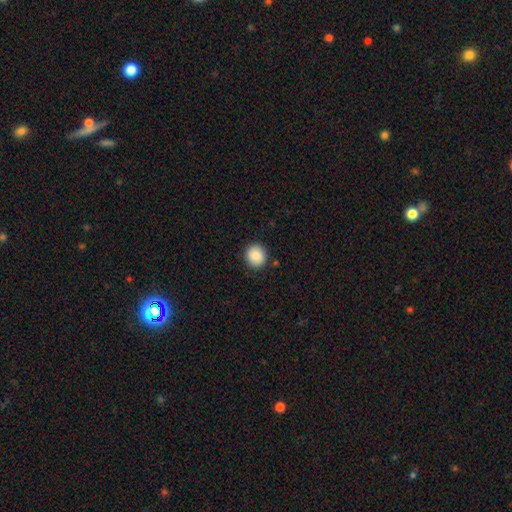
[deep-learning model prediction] smooth-or-featured: smooth: 89% | star or artifact: 8% | featured or disk: 4%
  how-rounded: round: 87% | in between: 12% | cigar-shaped: 1%
  merging: none: 89% | minor disturbance: 8% | major disturbance: 2% | merger: 1%